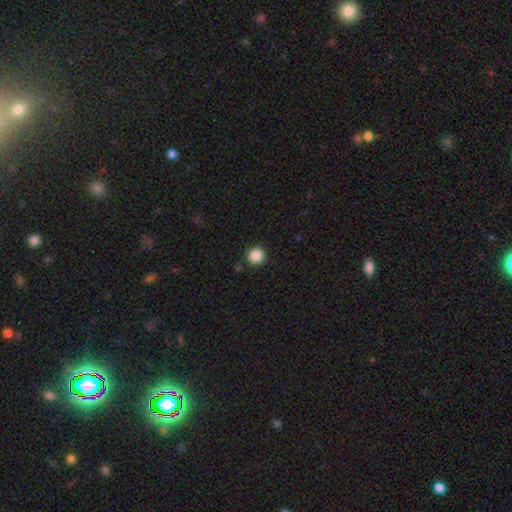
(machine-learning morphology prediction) smooth-or-featured: smooth: 87% | star or artifact: 10% | featured or disk: 3%
  how-rounded: round: 94% | in between: 5% | cigar-shaped: 1%
  merging: none: 91% | minor disturbance: 6% | major disturbance: 2% | merger: 2%